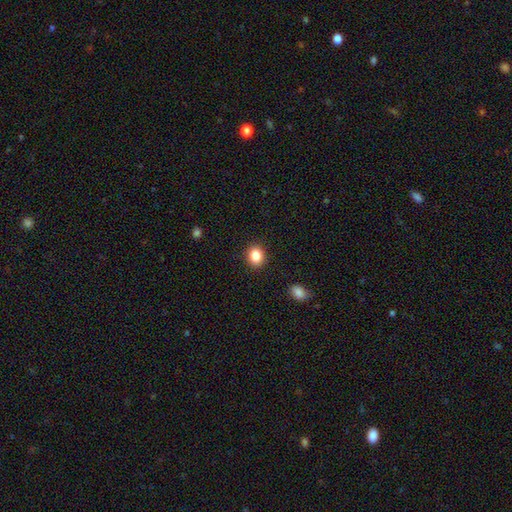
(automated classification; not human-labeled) This appears to be a smooth galaxy with no disk features (85%) that is round (65%). Merging: none (91%).